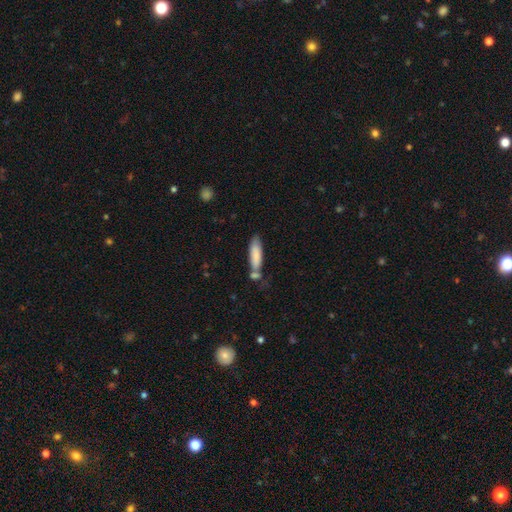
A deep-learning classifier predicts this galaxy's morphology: Smooth or featured? smooth (81%)
How rounded? cigar-shaped (56%)
Merging? none (46%)